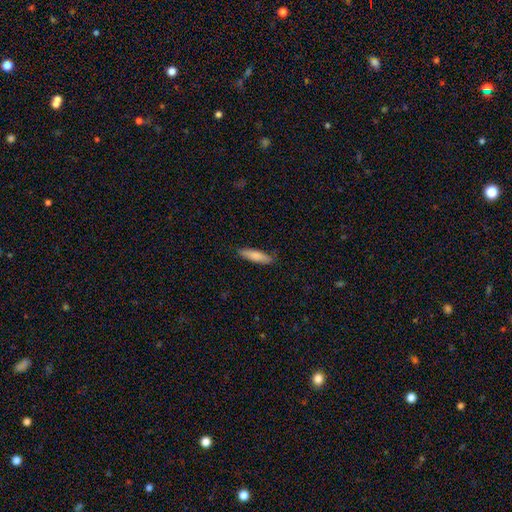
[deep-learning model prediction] smooth-or-featured: smooth: 80% | featured or disk: 14% | star or artifact: 6%
  how-rounded: cigar-shaped: 71% | in between: 27% | round: 1%
  merging: none: 81% | minor disturbance: 15% | major disturbance: 3% | merger: 1%